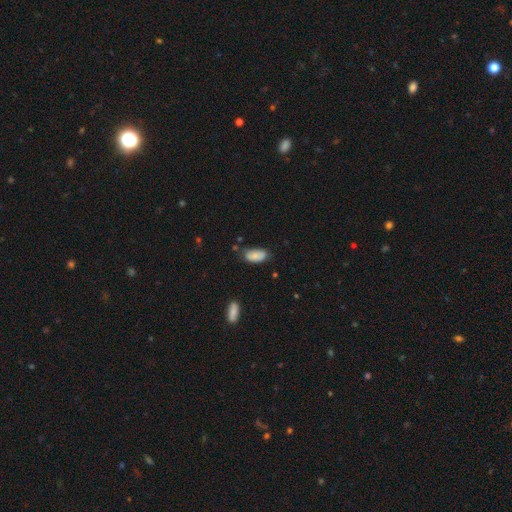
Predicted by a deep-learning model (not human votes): A smooth galaxy with no disk features (80%) that is in between round and cigar-shaped (94%). Merging: none (68%).